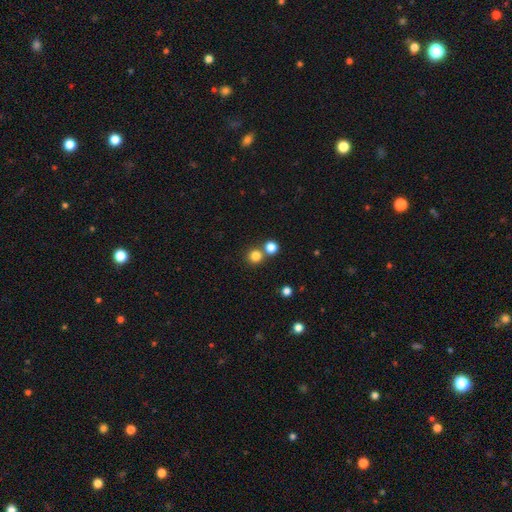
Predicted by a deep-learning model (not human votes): A smooth galaxy with no disk features (81%) that is round (93%). Merging: none (68%).